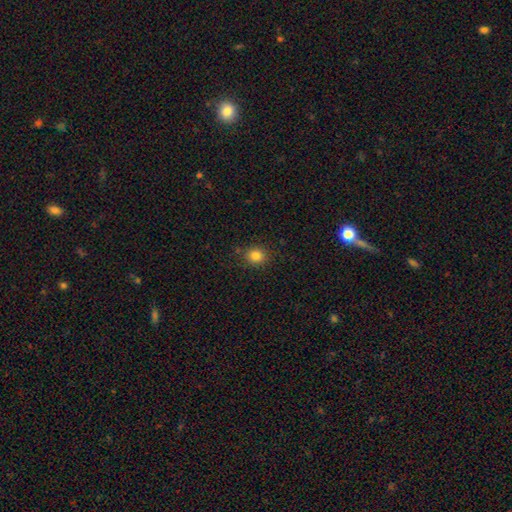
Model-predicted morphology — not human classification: smooth-or-featured: smooth: 83% | star or artifact: 12% | featured or disk: 5%
  how-rounded: round: 77% | in between: 22% | cigar-shaped: 1%
  merging: none: 85% | minor disturbance: 9% | major disturbance: 3% | merger: 2%